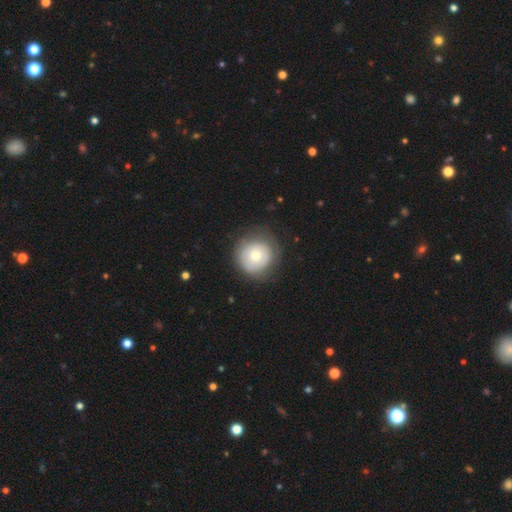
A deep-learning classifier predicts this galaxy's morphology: This appears to be a smooth galaxy with no disk features (64%) that is round (92%). Merging: none (73%).